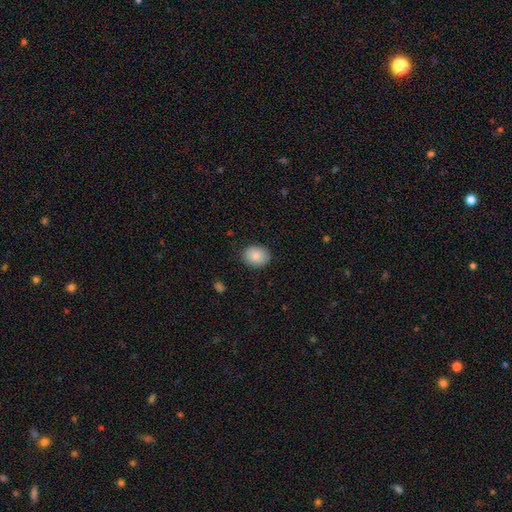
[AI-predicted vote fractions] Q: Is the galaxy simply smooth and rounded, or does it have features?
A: smooth — 85%.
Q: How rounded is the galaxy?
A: round — 55%.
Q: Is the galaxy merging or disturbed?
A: none — 86%.